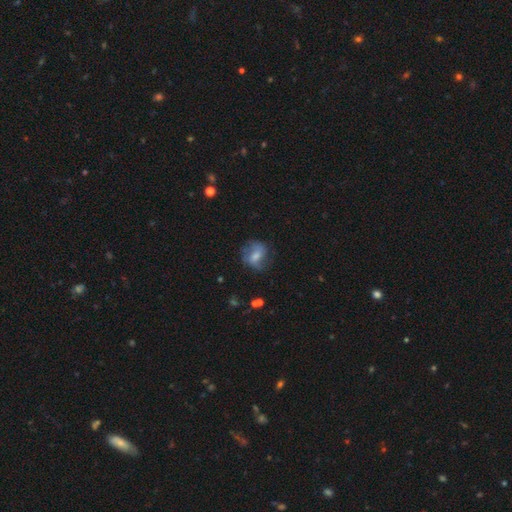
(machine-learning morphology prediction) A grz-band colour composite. It shows a smooth galaxy with no disk features (46%). Merging: none (56%).